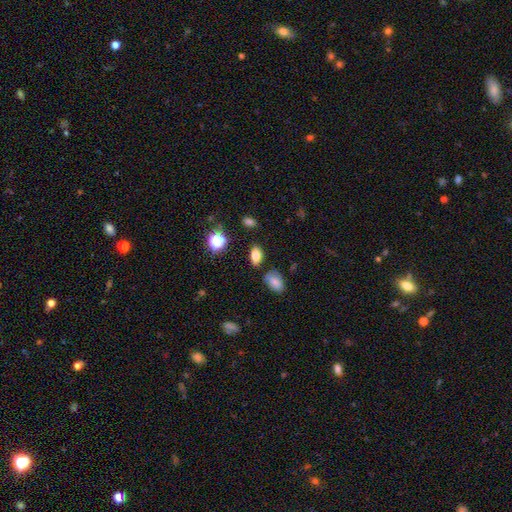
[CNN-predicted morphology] A smooth galaxy with no disk features (78%) that is in between round and cigar-shaped (87%).

Vote fractions:
- Smooth or featured? smooth: 78% / star or artifact: 13% / featured or disk: 9%
- How rounded? in between: 87% / round: 9% / cigar-shaped: 3%
- Merging? none: 81% / minor disturbance: 12% / merger: 4% / major disturbance: 3%